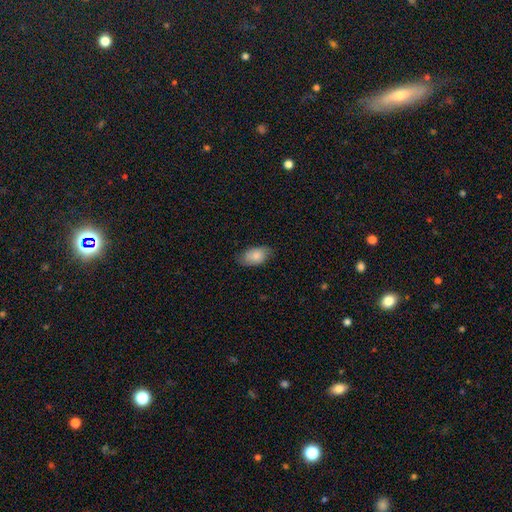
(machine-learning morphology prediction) This is clearly a smooth galaxy (81%). How rounded: clearly in between (93%). Merging: likely none (77%).